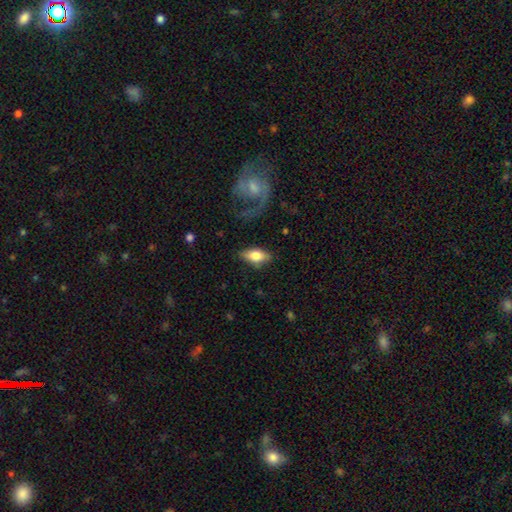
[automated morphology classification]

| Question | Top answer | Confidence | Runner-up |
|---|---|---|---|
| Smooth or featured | smooth | 69% | featured or disk (25%) |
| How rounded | in between | 87% | cigar-shaped (9%) |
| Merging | none | 77% | minor disturbance (15%) |